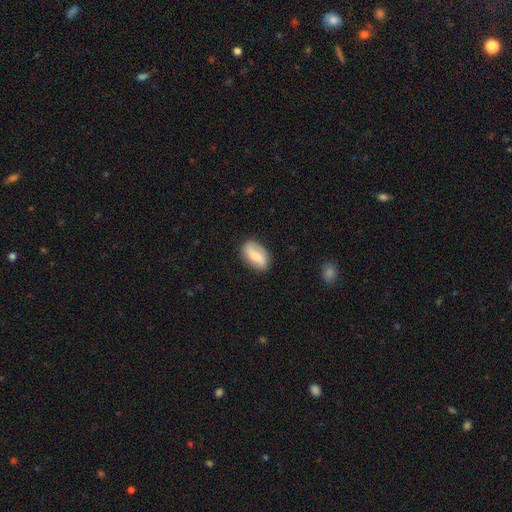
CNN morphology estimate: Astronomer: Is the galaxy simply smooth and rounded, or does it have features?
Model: smooth — 59% (runner-up: featured or disk, 34%).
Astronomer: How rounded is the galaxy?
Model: in between — 89%.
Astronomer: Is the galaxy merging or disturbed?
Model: none — 80%.